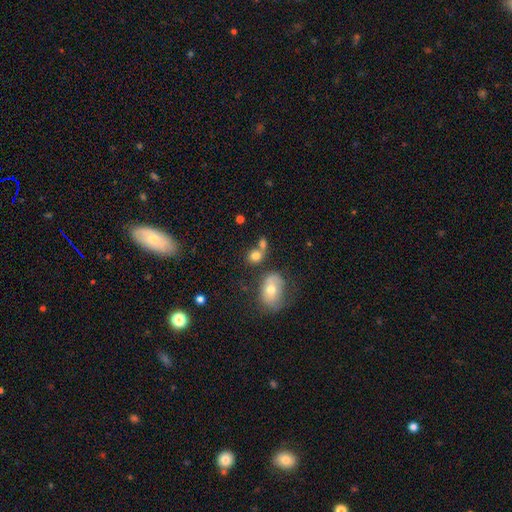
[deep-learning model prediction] The model was most divided on "merging": none: 42%, merger: 39%, minor disturbance: 12%, major disturbance: 6%. More confident: smooth or featured — smooth (77%); how rounded — round (54%).